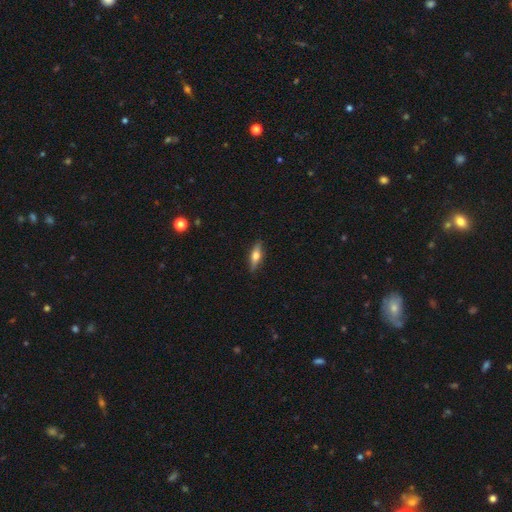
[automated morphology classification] A smooth galaxy with no disk features (50%). Merging: none (85%).